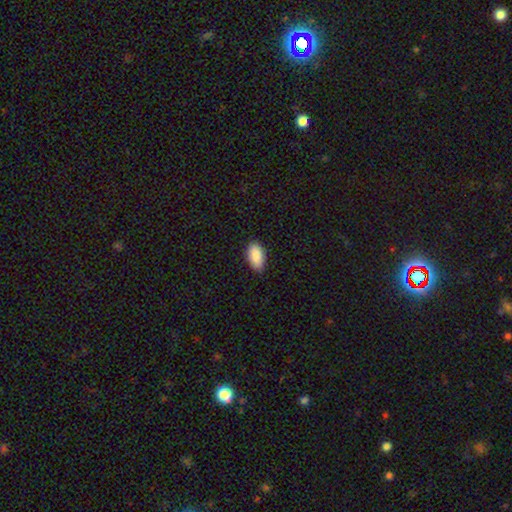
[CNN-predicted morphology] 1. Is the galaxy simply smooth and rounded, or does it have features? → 90% smooth, 6% star or artifact, 4% featured or disk.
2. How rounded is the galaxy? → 94% in between, 3% cigar-shaped, 2% round.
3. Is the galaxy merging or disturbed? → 88% none, 10% minor disturbance, 2% major disturbance, 1% merger.